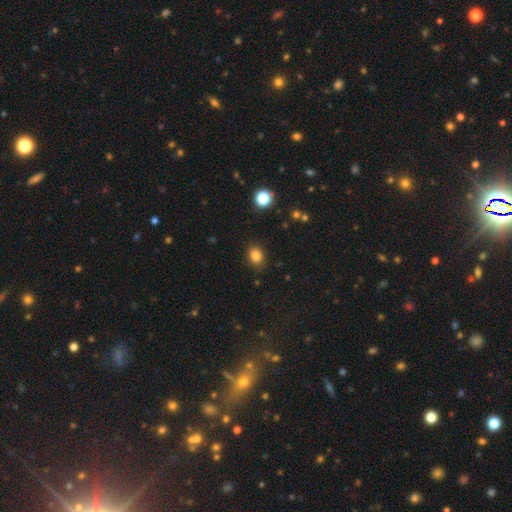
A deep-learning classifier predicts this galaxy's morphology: Q: Smooth or featured?
A: smooth (83%); runner-up: star or artifact (12%)
Q: How rounded?
A: in between (58%); runner-up: round (41%)
Q: Merging?
A: none (83%); runner-up: minor disturbance (12%)